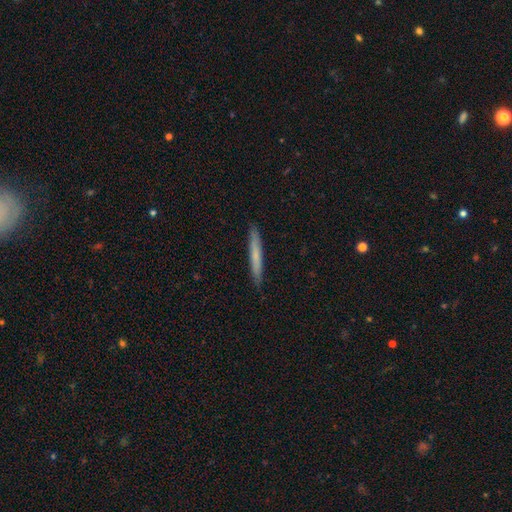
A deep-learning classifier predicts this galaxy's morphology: smooth 66%, featured or disk 29%, star or artifact 6%. Down the decision tree: how rounded — cigar-shaped (96%); merging — none (91%).